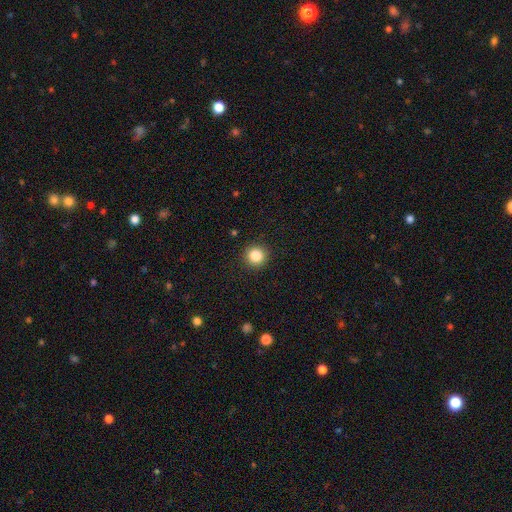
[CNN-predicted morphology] A smooth galaxy with no disk features (85%) that is round (95%). Merging: none (92%).